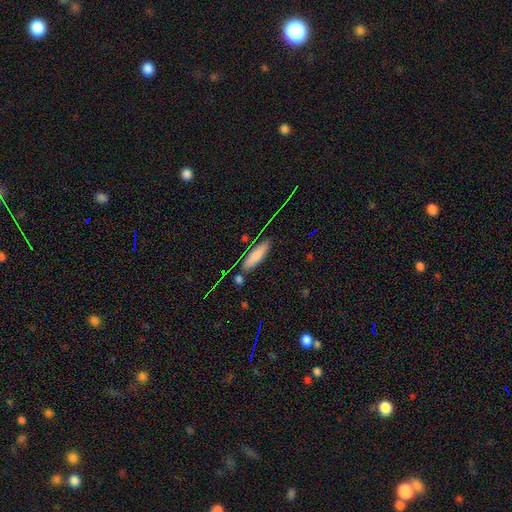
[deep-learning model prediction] This is clearly a smooth galaxy (80%). How rounded: possibly cigar-shaped (52%). Merging: likely none (77%).